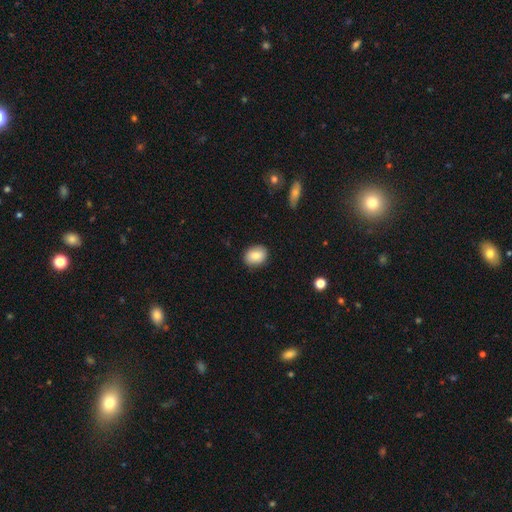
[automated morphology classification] smooth-or-featured: smooth: 83% | featured or disk: 9% | star or artifact: 8%
  how-rounded: in between: 53% | round: 46% | cigar-shaped: 1%
  merging: none: 88% | minor disturbance: 9% | major disturbance: 2% | merger: 1%